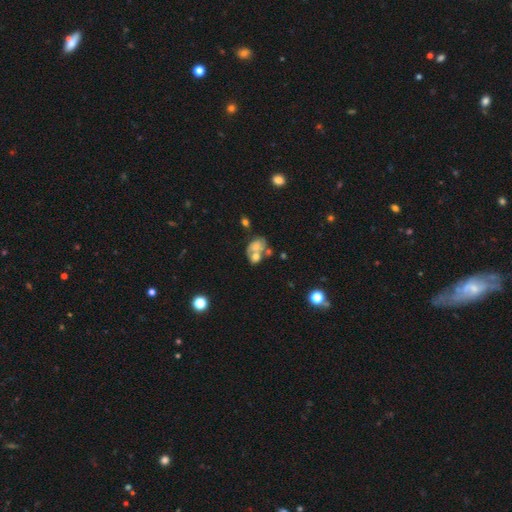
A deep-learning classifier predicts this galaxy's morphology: Smooth or featured? smooth (50%)
Merging? merger (54%)